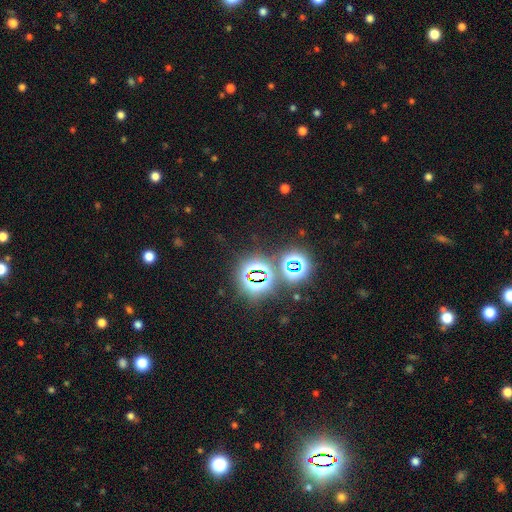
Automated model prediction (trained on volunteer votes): Smooth or featured? star or artifact (78%)